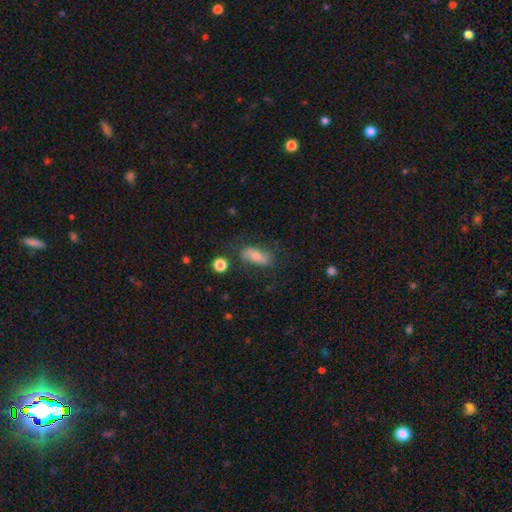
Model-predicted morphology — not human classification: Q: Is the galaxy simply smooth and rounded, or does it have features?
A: smooth — 55%.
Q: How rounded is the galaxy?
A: in between — 81%.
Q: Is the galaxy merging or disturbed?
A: none — 65%.